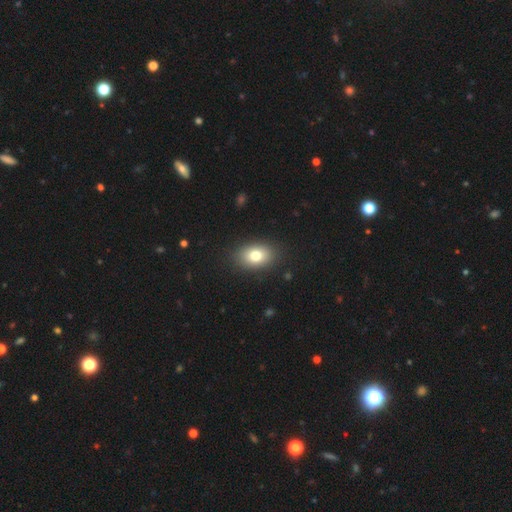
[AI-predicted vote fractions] smooth-or-featured: smooth: 79% | featured or disk: 12% | star or artifact: 9%
  how-rounded: in between: 82% | round: 17% | cigar-shaped: 1%
  merging: none: 88% | minor disturbance: 9% | major disturbance: 3% | merger: 1%